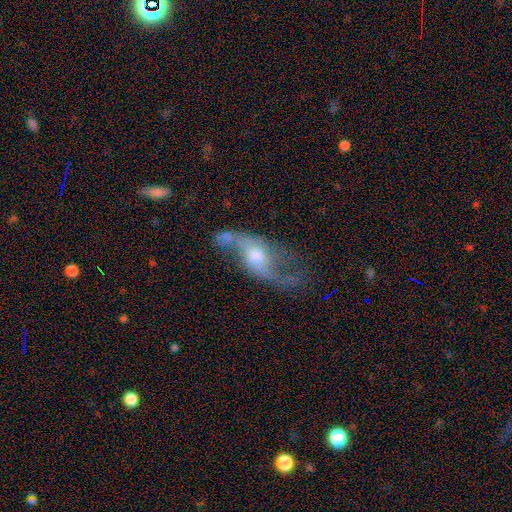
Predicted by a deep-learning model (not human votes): featured or disk 74%, smooth 18%, star or artifact 7%. Down the decision tree: edge-on disk — no (89%); bar — no (62%); spiral arms — yes (82%); spiral arm count — 2 (87%); spiral winding — loose (79%); bulge size — moderate (60%); merging — none (43%).